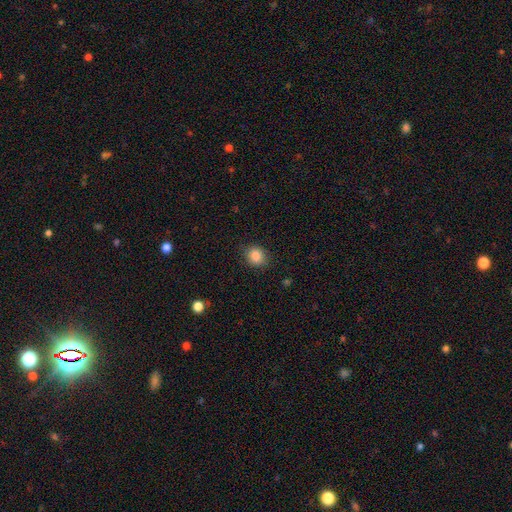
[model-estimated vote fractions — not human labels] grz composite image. It shows a smooth galaxy with no disk features (86%) that is round (71%). Merging: none (84%).